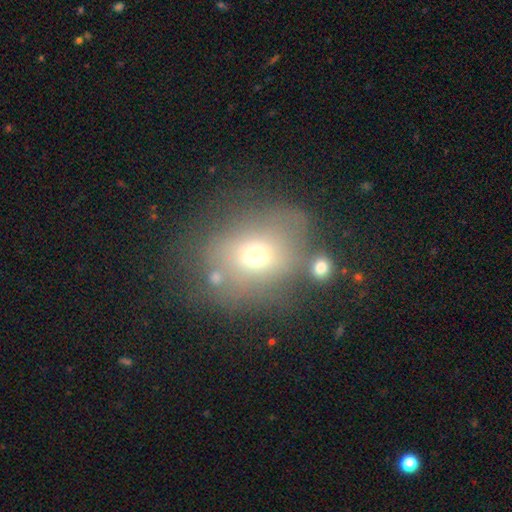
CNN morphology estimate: This is possibly a smooth galaxy (57%). How rounded: likely round (63%). Merging: likely none (60%).